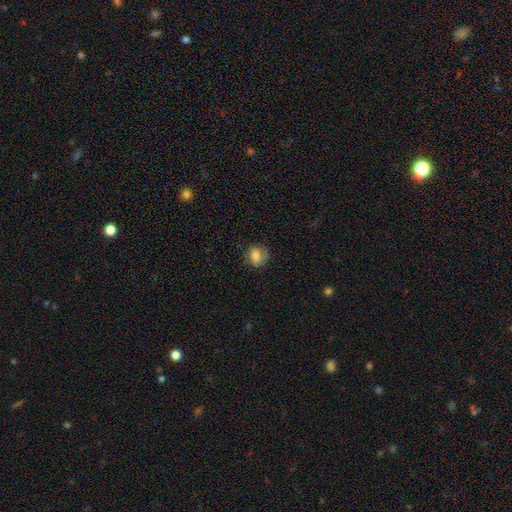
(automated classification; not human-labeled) smooth_or_featured: smooth (p=0.79) [alt: featured or disk p=0.12]
how_rounded: round (p=0.64) [alt: in between p=0.35]
merging: none (p=0.72) [alt: minor disturbance p=0.20]